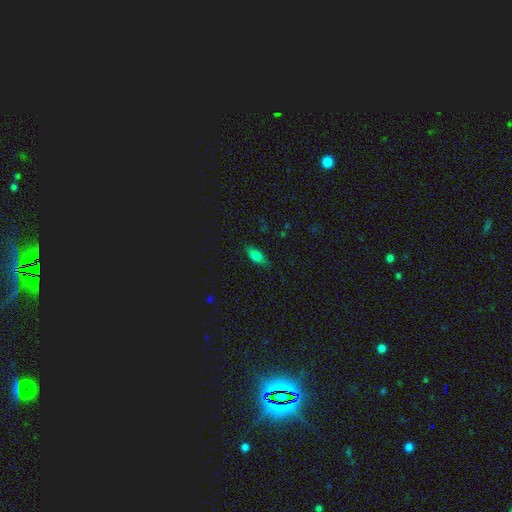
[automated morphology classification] Overall: smooth (73%). How rounded: in between (76%). Merging: none (79%).